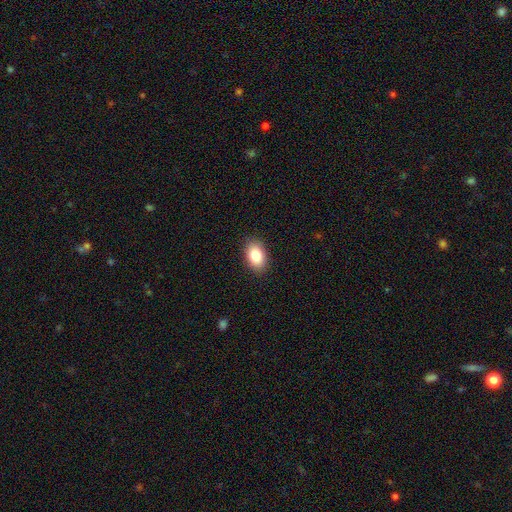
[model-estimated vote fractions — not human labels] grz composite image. It shows a smooth galaxy with no disk features (85%) that is in between round and cigar-shaped (90%). Merging: none (89%).